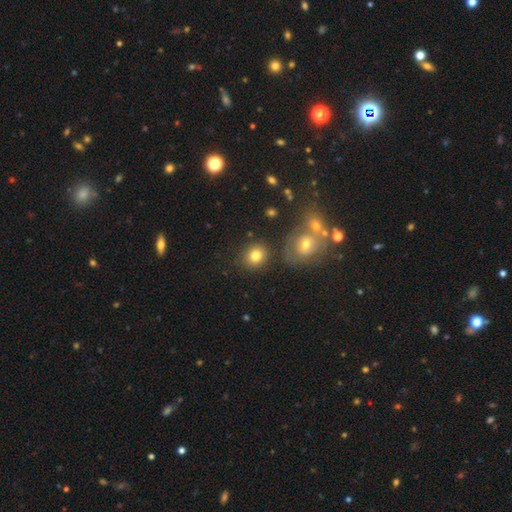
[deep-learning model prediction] Smooth or featured?
  - smooth: 79% *
  - star or artifact: 11%
  - featured or disk: 10%
How rounded?
  - round: 77% *
  - in between: 22%
  - cigar-shaped: 1%
Merging?
  - none: 78% *
  - minor disturbance: 10%
  - merger: 8%
  - major disturbance: 4%